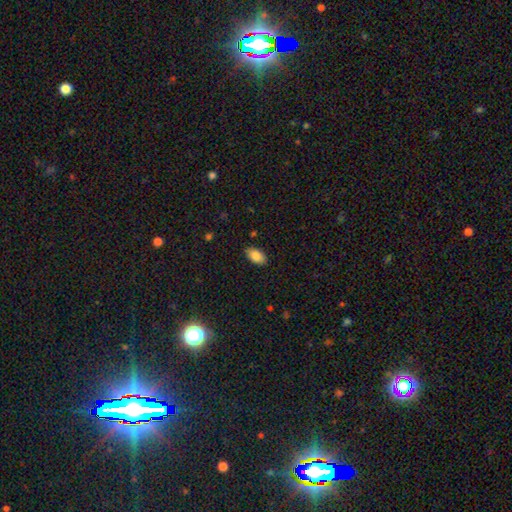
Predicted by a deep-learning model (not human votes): A smooth galaxy with no disk features (86%) that is in between round and cigar-shaped (93%).

Vote fractions:
- Smooth or featured? smooth: 86% / star or artifact: 8% / featured or disk: 6%
- How rounded? in between: 93% / round: 4% / cigar-shaped: 2%
- Merging? none: 87% / minor disturbance: 10% / major disturbance: 2% / merger: 1%